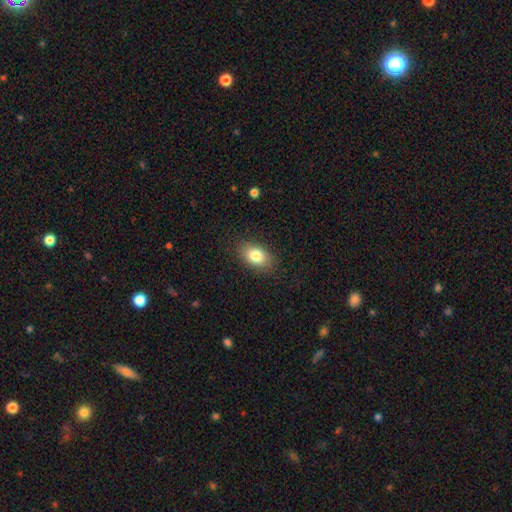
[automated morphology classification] The model was most divided on "smooth or featured": smooth: 82%, featured or disk: 10%, star or artifact: 8%. More confident: merging — none (86%); how rounded — in between (85%).